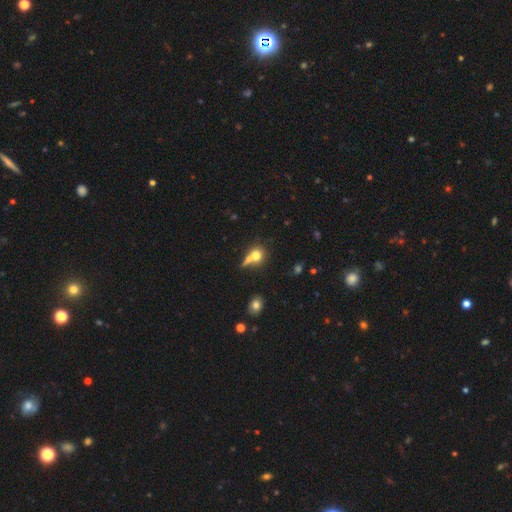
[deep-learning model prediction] The model was most divided on "merging": none: 44%, merger: 36%, minor disturbance: 12%, major disturbance: 8%. More confident: how rounded — round (73%); smooth or featured — smooth (72%).